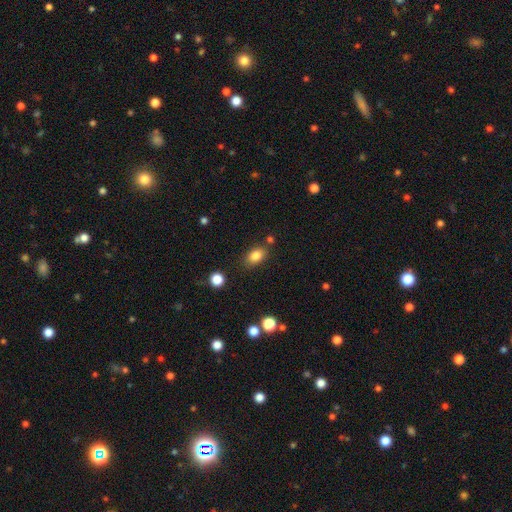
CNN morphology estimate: Q: Smooth or featured?
A: smooth (84%); runner-up: star or artifact (10%)
Q: How rounded?
A: in between (82%); runner-up: round (16%)
Q: Merging?
A: none (77%); runner-up: minor disturbance (13%)